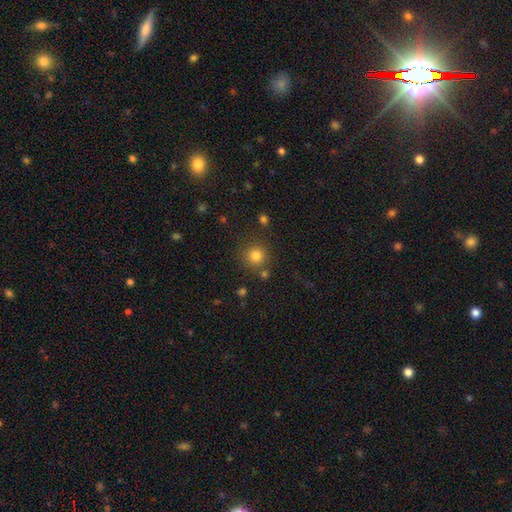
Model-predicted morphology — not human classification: smooth_or_featured: smooth (p=0.81) [alt: star or artifact p=0.13]
how_rounded: round (p=0.94) [alt: in between p=0.06]
merging: none (p=0.81) [alt: minor disturbance p=0.08]